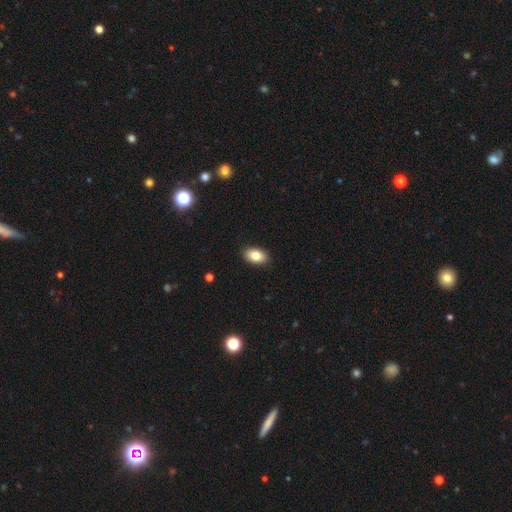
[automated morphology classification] Smooth or featured? Predicted: smooth (p=0.82). How rounded? Predicted: in between (p=0.89). Merging? Predicted: none (p=0.89).